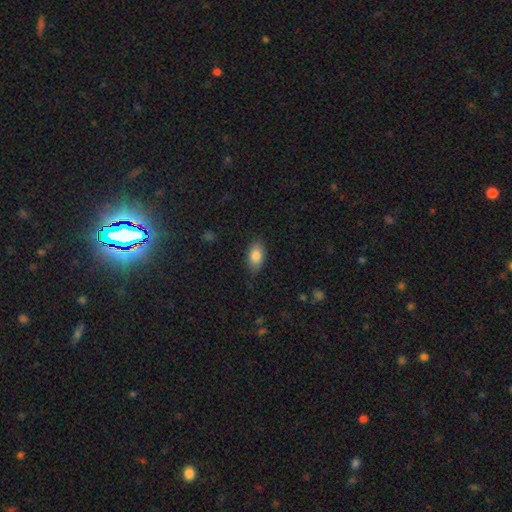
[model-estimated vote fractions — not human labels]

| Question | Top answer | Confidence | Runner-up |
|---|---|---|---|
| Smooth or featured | smooth | 83% | featured or disk (9%) |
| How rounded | in between | 91% | round (5%) |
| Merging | none | 84% | minor disturbance (13%) |